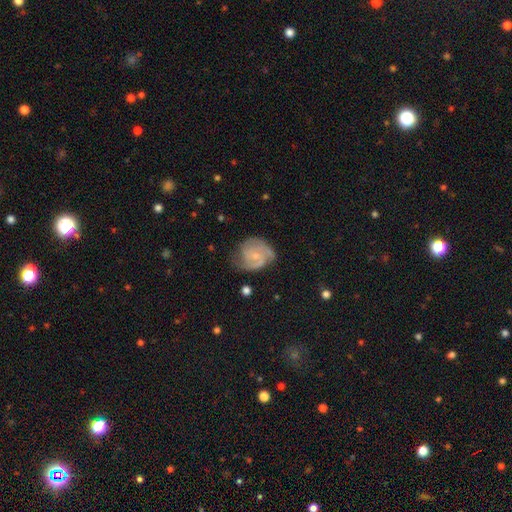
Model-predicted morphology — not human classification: Smooth or featured?
  - featured or disk: 75% *
  - smooth: 19%
  - star or artifact: 6%
Edge-on disk?
  - no: 98% *
  - yes: 2%
Bar?
  - no: 63% *
  - weak: 32%
  - strong: 5%
Spiral arms?
  - yes: 92% *
  - no: 8%
Spiral winding?
  - medium: 43% *
  - tight: 42%
  - loose: 14%
Spiral arm count?
  - 2: 46% *
  - 3: 21%
  - can't tell: 19%
  - 1: 6%
  - 4: 4%
  - more than 4: 3%
Bulge size?
  - small: 69% *
  - moderate: 24%
  - none: 5%
  - large: 1%
  - dominant: 1%
Merging?
  - none: 57% *
  - minor disturbance: 28%
  - major disturbance: 13%
  - merger: 2%